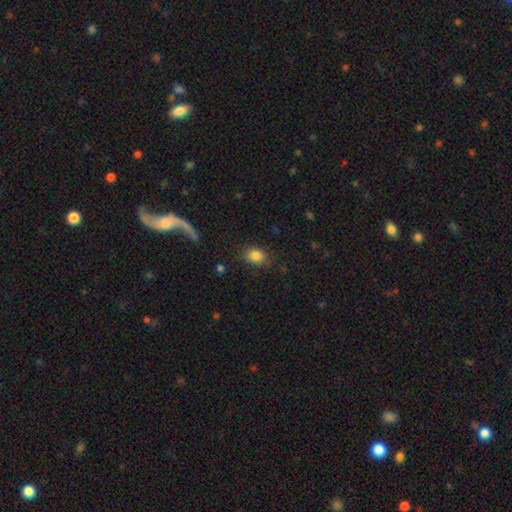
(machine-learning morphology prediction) Smooth or featured: smooth — 84% (star or artifact — 10%)
How rounded: in between — 62% (round — 37%)
Merging: none — 83% (minor disturbance — 12%)